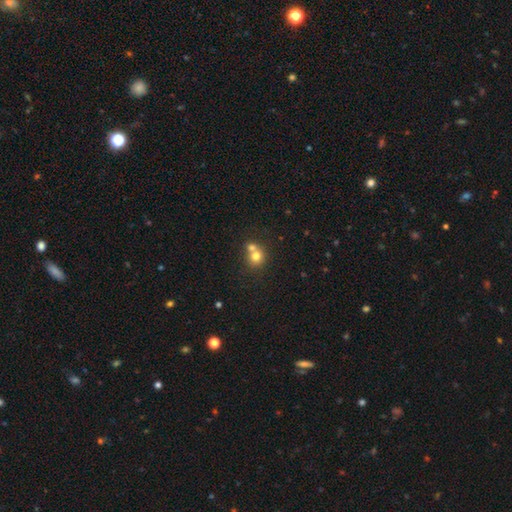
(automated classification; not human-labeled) This is likely a smooth galaxy (74%). How rounded: clearly round (82%). Merging: possibly merger (53%).